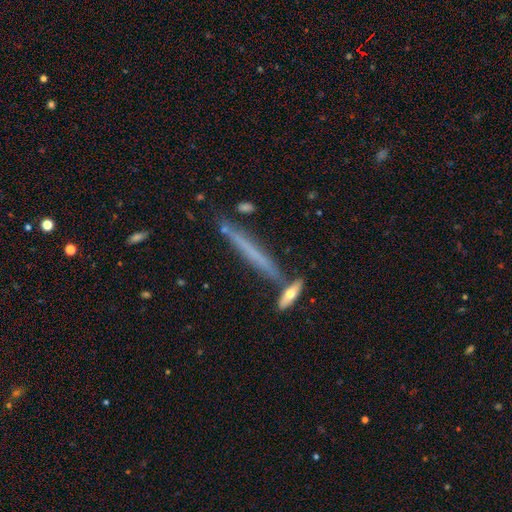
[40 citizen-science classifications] smooth-or-featured: featured or disk: 50% | smooth: 42% | star or artifact: 8%
  disk-edge-on: yes: 100% | no: 0%
    edge-on-bulge: none: 100% | boxy: 0% | rounded: 0%
  merging: none: 92% | merger: 5% | major disturbance: 3% | minor disturbance: 0%